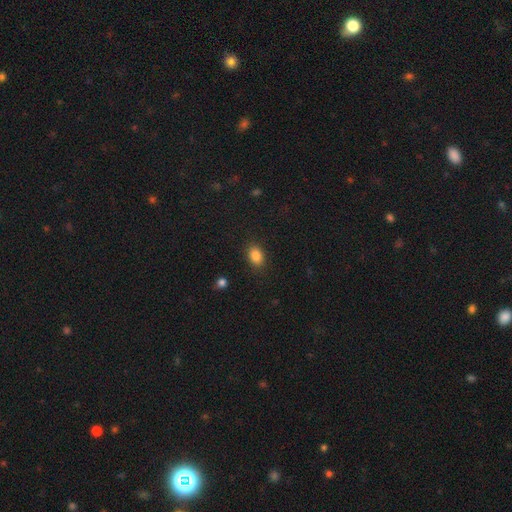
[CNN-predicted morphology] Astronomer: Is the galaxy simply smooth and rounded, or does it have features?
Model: smooth — 86%.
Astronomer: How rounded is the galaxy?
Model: in between — 79%.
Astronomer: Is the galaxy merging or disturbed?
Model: none — 87%.